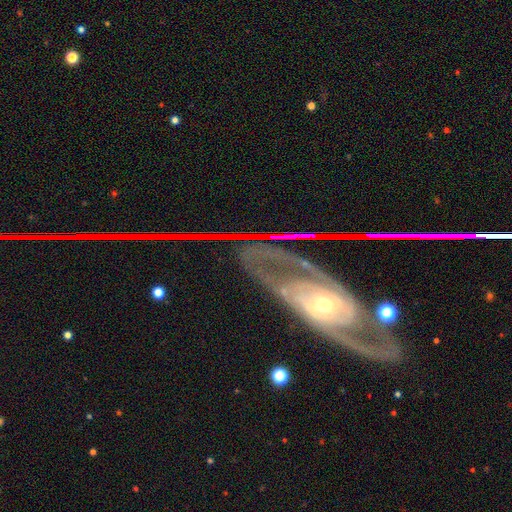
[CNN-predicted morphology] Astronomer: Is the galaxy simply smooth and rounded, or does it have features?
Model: featured or disk — 85%.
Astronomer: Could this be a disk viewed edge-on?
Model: no — 89%.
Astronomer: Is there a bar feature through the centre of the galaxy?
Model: no — 55%.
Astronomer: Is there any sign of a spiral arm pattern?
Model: yes — 93%.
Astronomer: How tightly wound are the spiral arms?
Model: medium — 43% (runner-up: tight, 40%).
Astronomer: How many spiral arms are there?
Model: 2 — 72%.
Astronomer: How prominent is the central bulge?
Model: small — 62%.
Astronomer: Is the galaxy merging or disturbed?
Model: none — 73%.